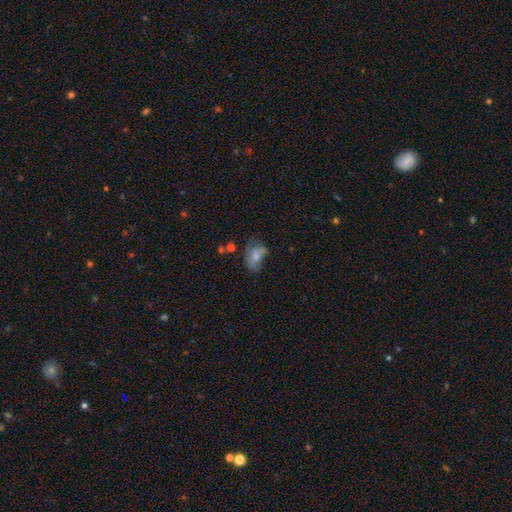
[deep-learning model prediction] Morphology: type=smooth (58%); roundness=in between (83%); merging=none (36%).